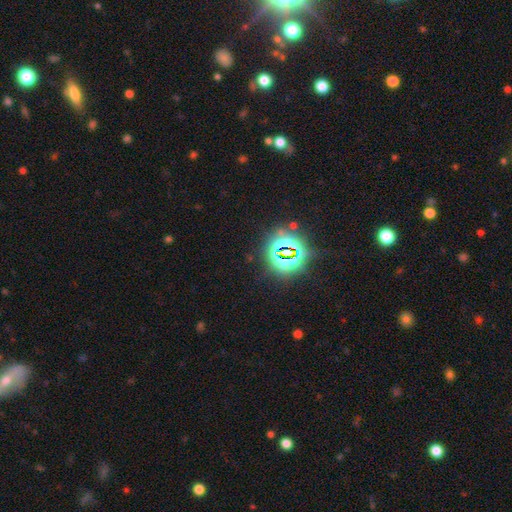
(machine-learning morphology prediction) Overall: star or artifact (80%).